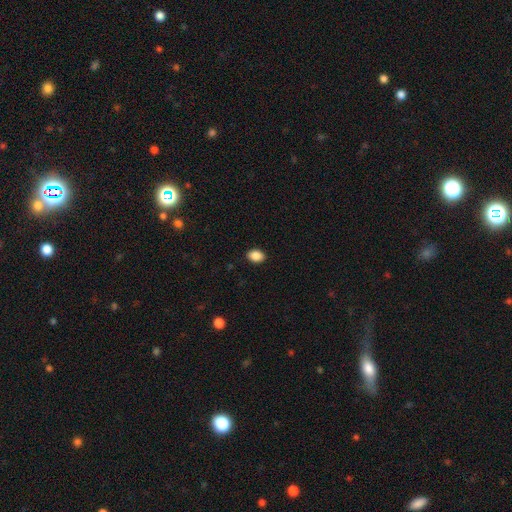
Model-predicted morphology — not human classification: Overall: smooth (89%). How rounded: in between (77%). Merging: none (90%).